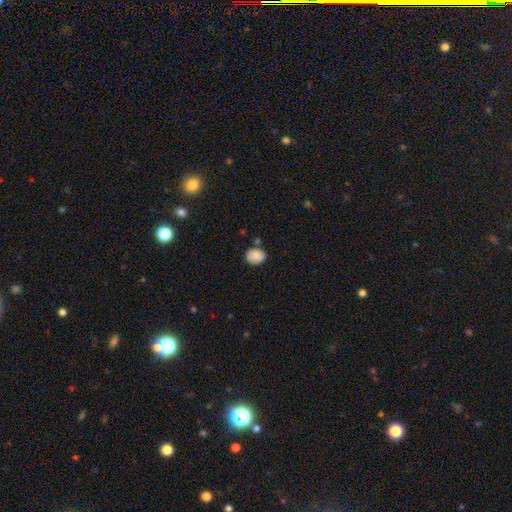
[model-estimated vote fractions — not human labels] This is likely a smooth galaxy (78%). How rounded: possibly round (59%). Merging: likely none (72%).